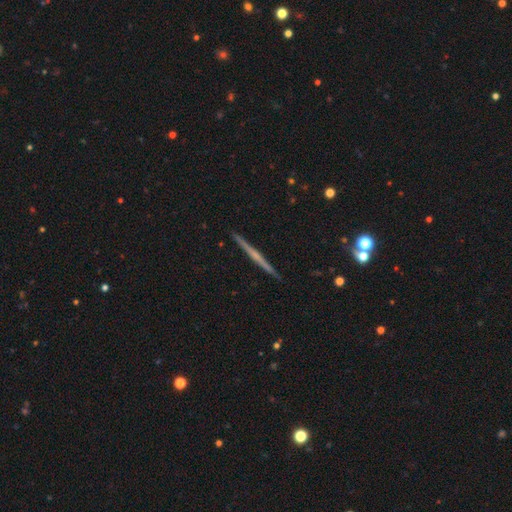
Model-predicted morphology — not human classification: Smooth or featured? featured or disk (65%)
Edge-on disk? yes (98%)
Edge-on bulge? none (67%)
Merging? none (93%)